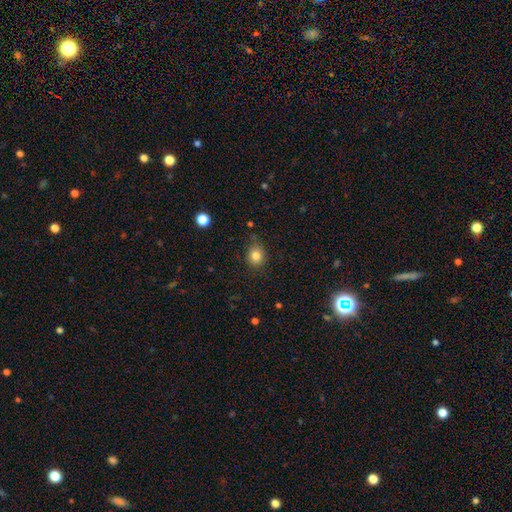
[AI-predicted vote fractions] Smooth or featured?
  - smooth: 83% *
  - star or artifact: 11%
  - featured or disk: 6%
How rounded?
  - round: 70% *
  - in between: 29%
  - cigar-shaped: 1%
Merging?
  - none: 77% *
  - minor disturbance: 17%
  - major disturbance: 4%
  - merger: 2%